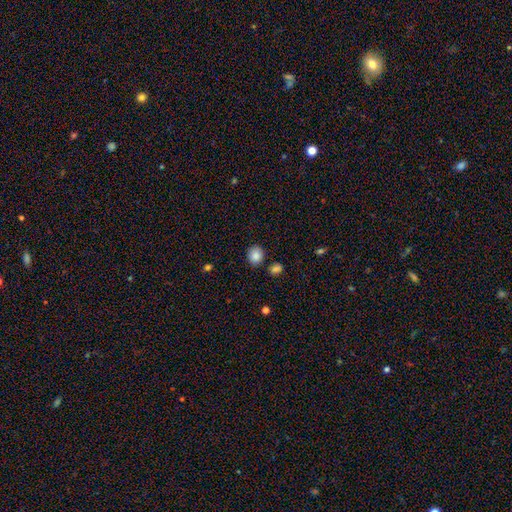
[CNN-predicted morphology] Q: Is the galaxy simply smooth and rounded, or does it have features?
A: smooth — 86%.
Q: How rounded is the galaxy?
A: round — 71%.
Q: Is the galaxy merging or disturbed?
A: none — 81%.